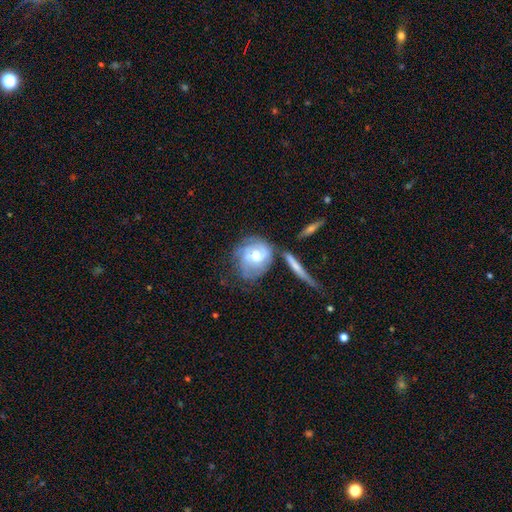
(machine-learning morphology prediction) A featured or disk galaxy (67%) with no bar (60%), tight (54%) spiral arms (83%) and a moderate central bulge (73%).

Vote fractions:
- Smooth or featured? featured or disk: 67% / smooth: 27% / star or artifact: 7%
- Edge-on disk? no: 93% / yes: 7%
- Bar? no: 60% / weak: 31% / strong: 9%
- Spiral arms? yes: 83% / no: 17%
- Spiral winding? tight: 54% / medium: 33% / loose: 13%
- Spiral arm count? can't tell: 38% / 2: 32% / 3: 16% / 1: 7% / 4: 4% / more than 4: 3%
- Bulge size? moderate: 73% / small: 18% / large: 7% / none: 1% / dominant: 1%
- Merging? none: 50% / minor disturbance: 21% / merger: 15% / major disturbance: 14%